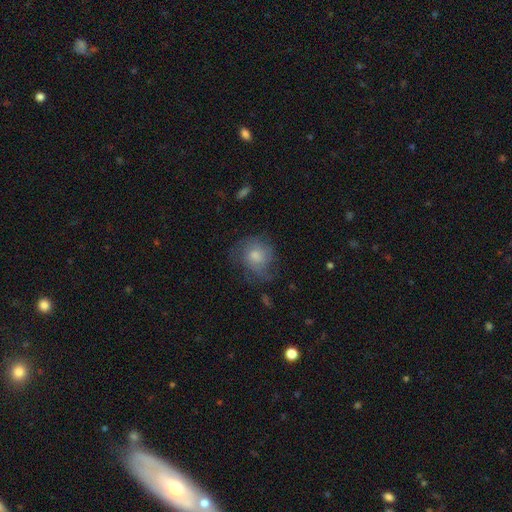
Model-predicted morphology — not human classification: type=featured or disk (44%); merging=none (61%).